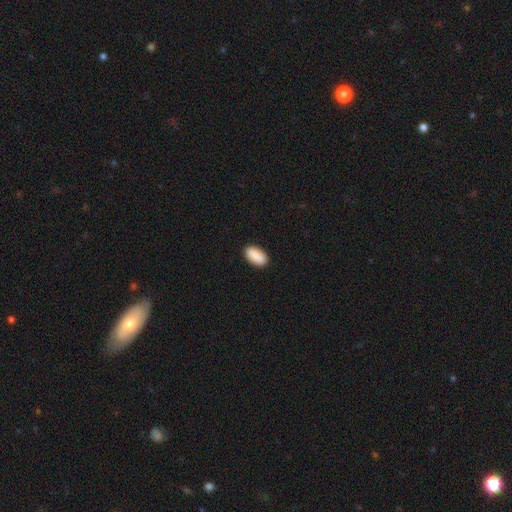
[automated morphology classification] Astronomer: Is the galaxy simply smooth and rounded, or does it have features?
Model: smooth — 91%.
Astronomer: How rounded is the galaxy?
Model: in between — 94%.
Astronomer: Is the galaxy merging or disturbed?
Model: none — 90%.